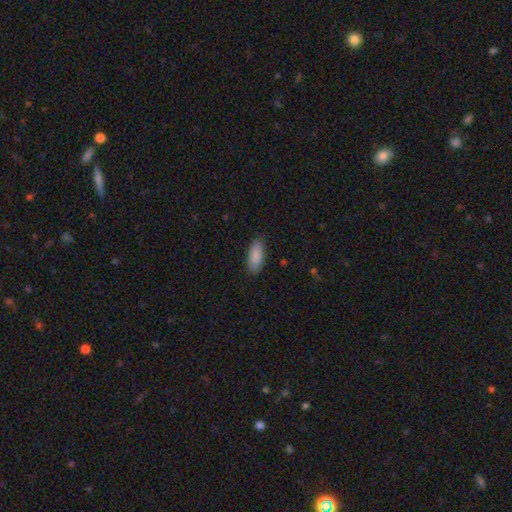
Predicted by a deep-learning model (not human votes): A smooth galaxy with no disk features (89%) that is in between round and cigar-shaped (80%).

Vote fractions:
- Smooth or featured? smooth: 89% / star or artifact: 6% / featured or disk: 5%
- How rounded? in between: 80% / cigar-shaped: 19% / round: 2%
- Merging? none: 85% / minor disturbance: 12% / major disturbance: 2% / merger: 1%